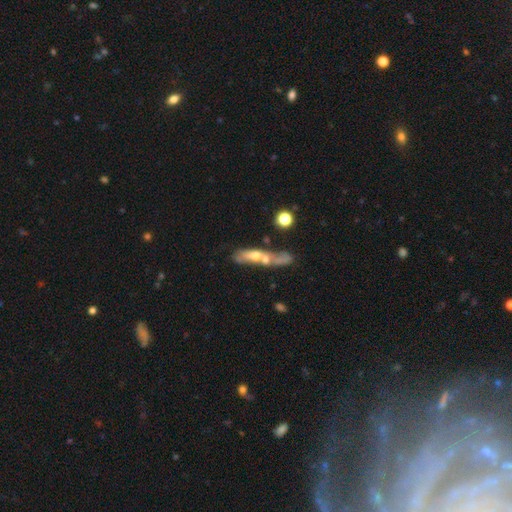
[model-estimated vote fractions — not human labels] Morphology: type=featured or disk (46%); merging=merger (48%).